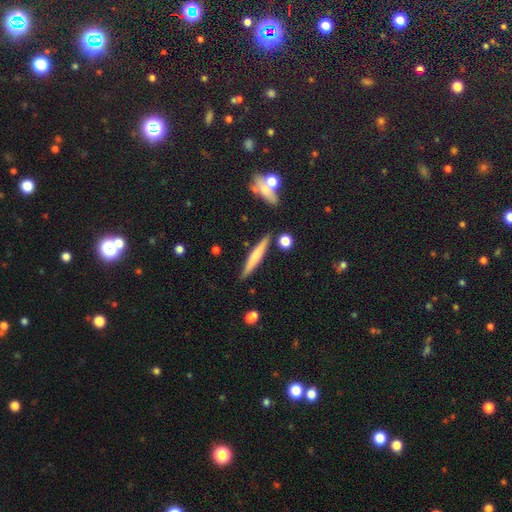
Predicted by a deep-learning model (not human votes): A smooth galaxy with no disk features (54%) that is cigar-shaped (93%).

Vote fractions:
- Smooth or featured? smooth: 54% / featured or disk: 39% / star or artifact: 7%
- How rounded? cigar-shaped: 93% / in between: 5% / round: 2%
- Merging? none: 85% / minor disturbance: 9% / merger: 4% / major disturbance: 2%